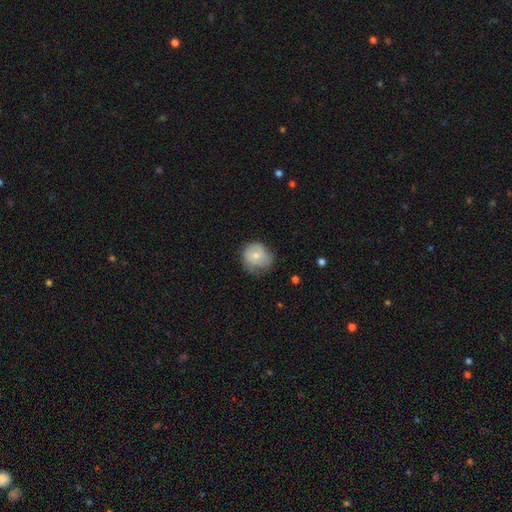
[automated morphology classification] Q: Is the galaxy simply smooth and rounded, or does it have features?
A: smooth — 62%.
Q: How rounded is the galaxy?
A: round — 79%.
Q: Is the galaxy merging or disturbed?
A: none — 48%.